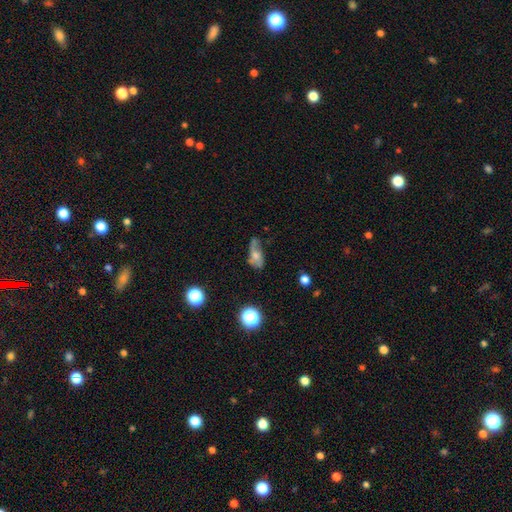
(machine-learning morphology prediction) Smooth or featured? smooth (47%)
Merging? none (38%)